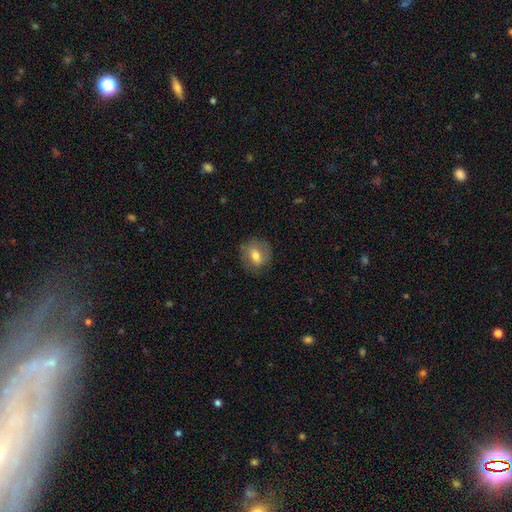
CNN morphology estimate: Smooth or featured?
  - smooth: 62% *
  - featured or disk: 30%
  - star or artifact: 8%
How rounded?
  - round: 59% *
  - in between: 39%
  - cigar-shaped: 2%
Merging?
  - none: 77% *
  - minor disturbance: 16%
  - major disturbance: 6%
  - merger: 1%